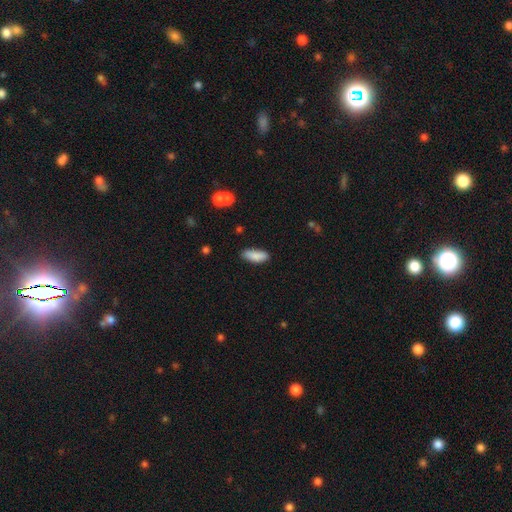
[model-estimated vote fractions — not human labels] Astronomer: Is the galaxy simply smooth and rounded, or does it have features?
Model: smooth — 88%.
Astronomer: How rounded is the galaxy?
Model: in between — 70%.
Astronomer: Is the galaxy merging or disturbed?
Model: none — 82%.